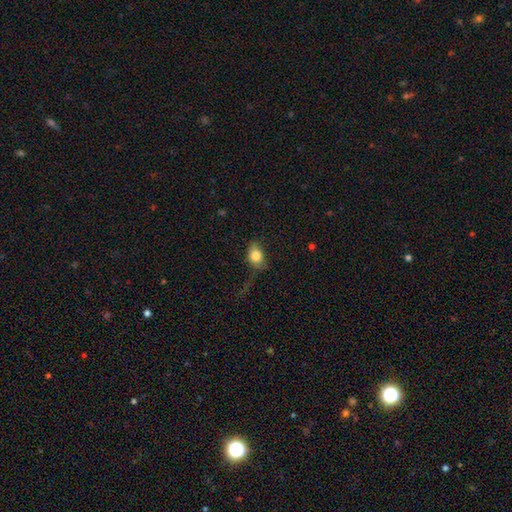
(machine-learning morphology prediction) This is clearly a smooth galaxy (82%). How rounded: likely in between (68%). Merging: possibly none (53%).